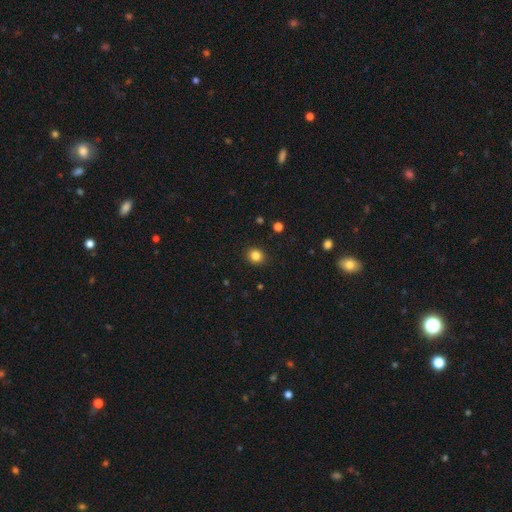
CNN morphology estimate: This appears to be a smooth galaxy with no disk features (84%) that is round (81%). Merging: none (91%).